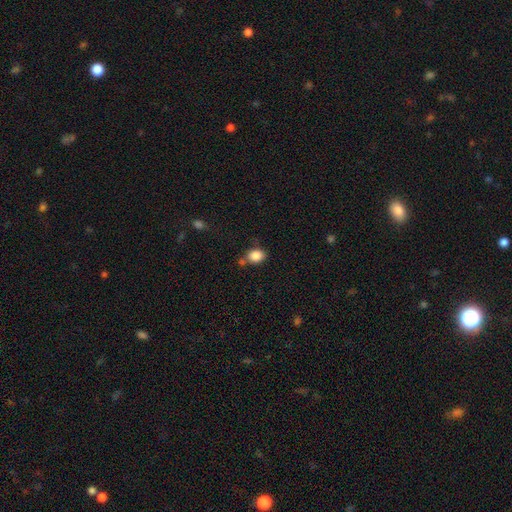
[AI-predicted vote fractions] The model was most divided on "how rounded": in between: 55%, round: 44%, cigar-shaped: 1%. More confident: smooth or featured — smooth (86%); merging — none (65%).